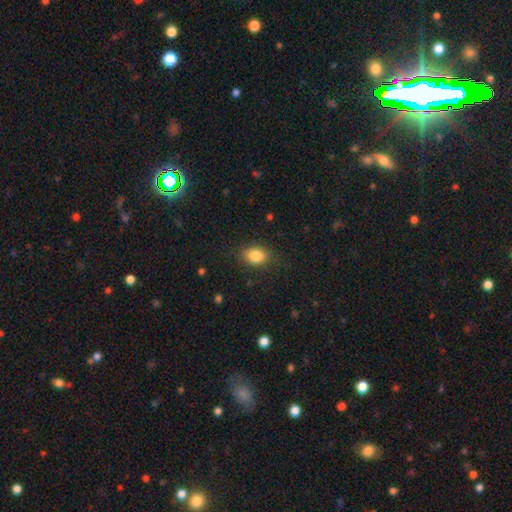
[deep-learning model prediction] Morphology: type=smooth (85%); roundness=in between (69%); merging=none (84%).